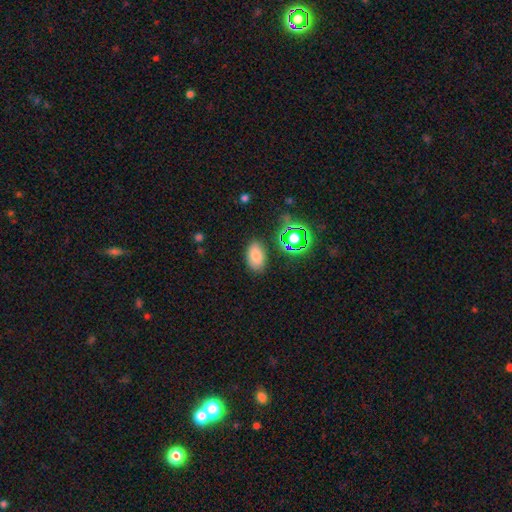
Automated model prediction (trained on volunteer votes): A smooth galaxy with no disk features (76%) that is in between round and cigar-shaped (89%).

Vote fractions:
- Smooth or featured? smooth: 76% / star or artifact: 16% / featured or disk: 8%
- How rounded? in between: 89% / round: 9% / cigar-shaped: 2%
- Merging? none: 84% / minor disturbance: 11% / major disturbance: 3% / merger: 2%